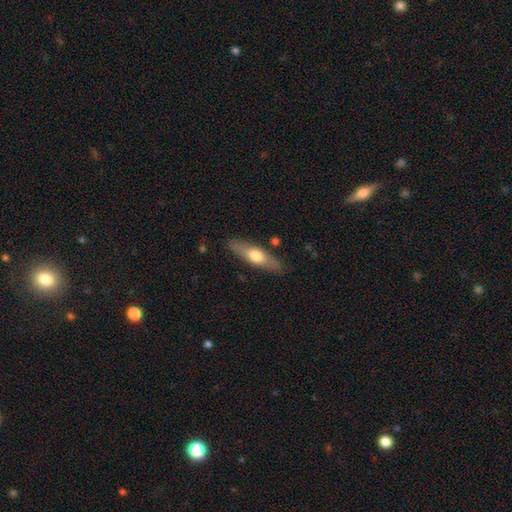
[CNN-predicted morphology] Smooth or featured? smooth (55%)
How rounded? cigar-shaped (61%)
Merging? none (84%)